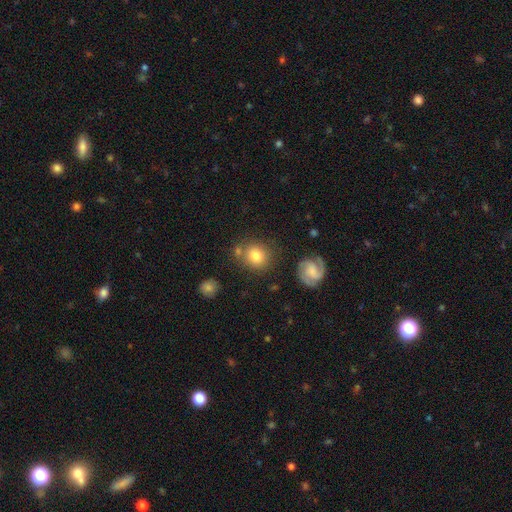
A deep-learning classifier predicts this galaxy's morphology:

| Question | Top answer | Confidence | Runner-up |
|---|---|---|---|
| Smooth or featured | smooth | 80% | featured or disk (12%) |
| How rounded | round | 79% | in between (20%) |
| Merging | none | 72% | minor disturbance (13%) |